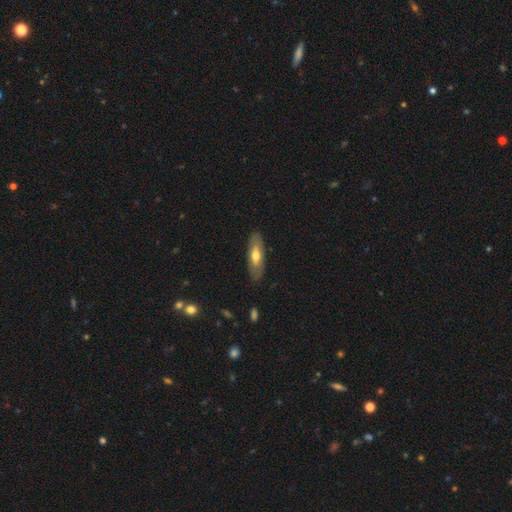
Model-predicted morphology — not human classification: This is possibly a smooth galaxy (50%). How rounded: possibly in between (58%). Merging: clearly none (86%).